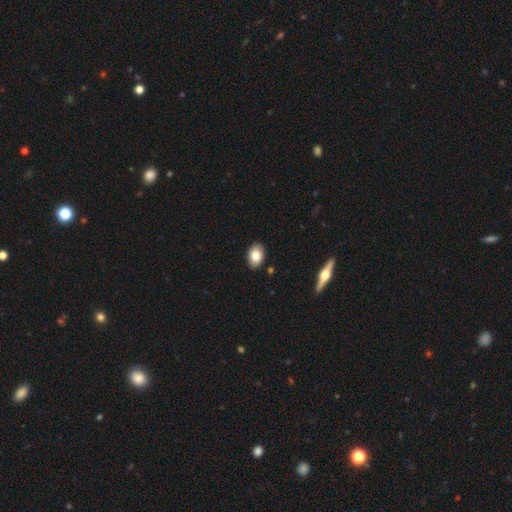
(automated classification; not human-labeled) This is clearly a smooth galaxy (83%). How rounded: clearly in between (86%). Merging: clearly none (89%).